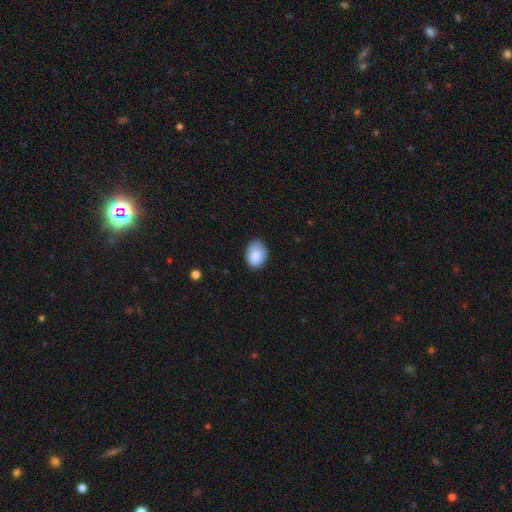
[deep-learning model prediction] Smooth or featured? Predicted: smooth (p=0.88). How rounded? Predicted: in between (p=0.68). Merging? Predicted: none (p=0.73).